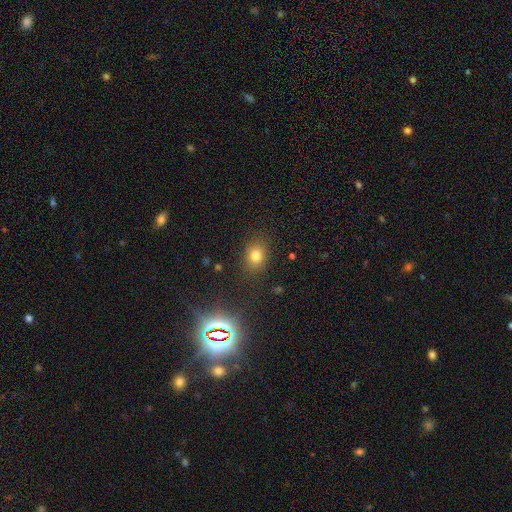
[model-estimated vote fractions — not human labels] Smooth or featured?
  - smooth: 76% *
  - star or artifact: 16%
  - featured or disk: 7%
How rounded?
  - round: 51% *
  - in between: 48%
  - cigar-shaped: 1%
Merging?
  - none: 84% *
  - minor disturbance: 11%
  - major disturbance: 4%
  - merger: 2%